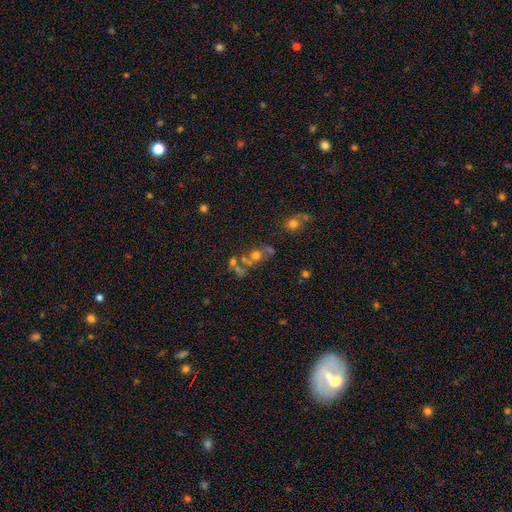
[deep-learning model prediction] A smooth galaxy with no disk features (51%) that is round (68%). Merging: none (43%).